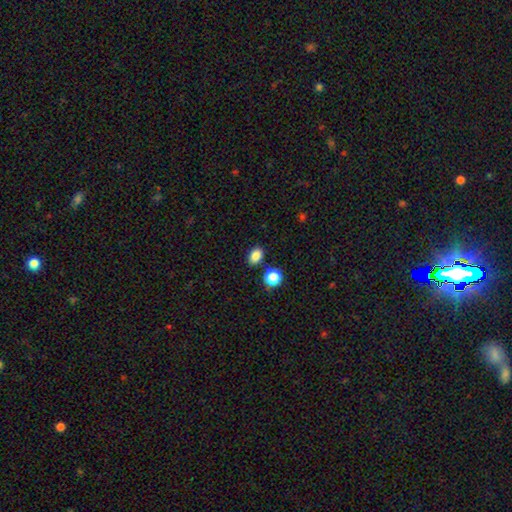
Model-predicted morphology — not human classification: smooth-or-featured: smooth: 86% | star or artifact: 11% | featured or disk: 4%
  how-rounded: in between: 70% | round: 29% | cigar-shaped: 1%
  merging: none: 83% | minor disturbance: 9% | merger: 6% | major disturbance: 2%